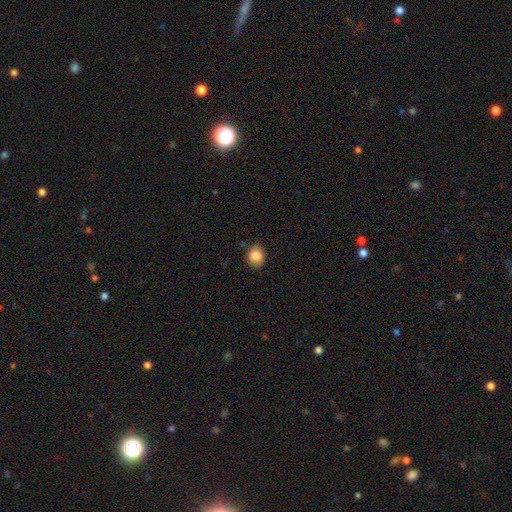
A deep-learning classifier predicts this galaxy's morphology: Q: Smooth or featured?
A: smooth (84%); runner-up: star or artifact (8%)
Q: How rounded?
A: in between (54%); runner-up: round (45%)
Q: Merging?
A: none (77%); runner-up: minor disturbance (18%)